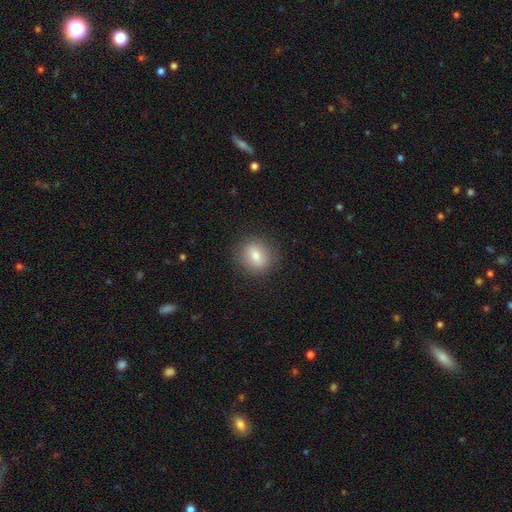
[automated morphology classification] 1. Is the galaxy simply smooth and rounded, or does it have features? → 76% smooth, 14% featured or disk, 10% star or artifact.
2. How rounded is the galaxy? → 72% round, 27% in between, 1% cigar-shaped.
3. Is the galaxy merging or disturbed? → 87% none, 9% minor disturbance, 3% major disturbance, 1% merger.